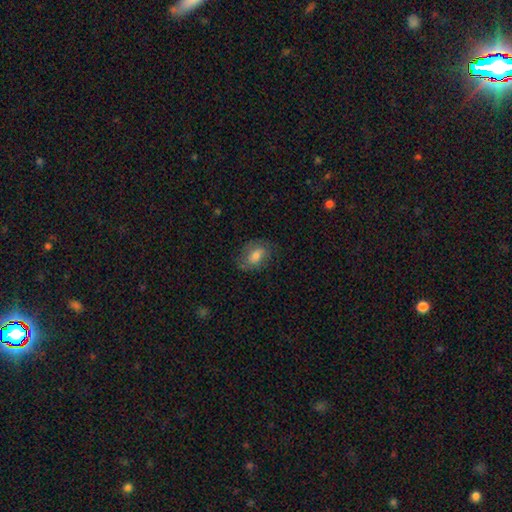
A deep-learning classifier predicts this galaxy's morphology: smooth 64%, featured or disk 28%, star or artifact 8%. Down the decision tree: how rounded — in between (77%); merging — none (69%).